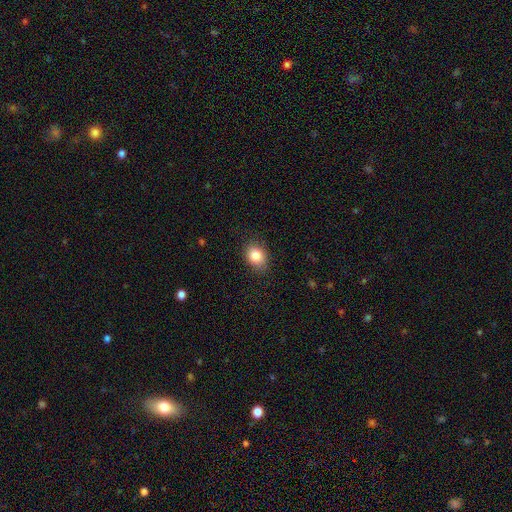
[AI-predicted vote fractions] Smooth or featured?
  - smooth: 84% *
  - star or artifact: 9%
  - featured or disk: 7%
How rounded?
  - in between: 60% *
  - round: 39%
  - cigar-shaped: 1%
Merging?
  - none: 82% *
  - minor disturbance: 14%
  - major disturbance: 3%
  - merger: 1%